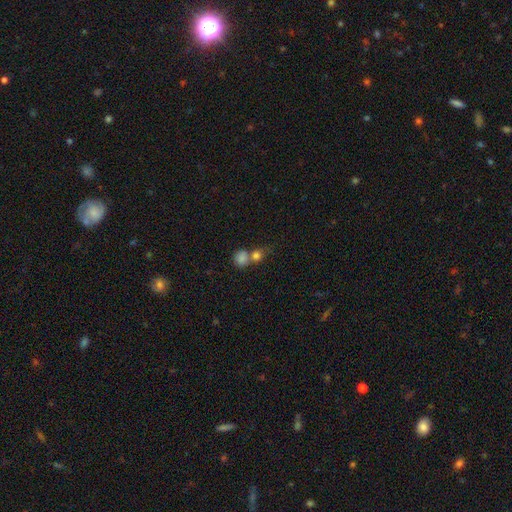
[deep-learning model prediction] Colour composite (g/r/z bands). It shows a smooth galaxy with no disk features (79%) that is round (75%). Merging: merger (51%).